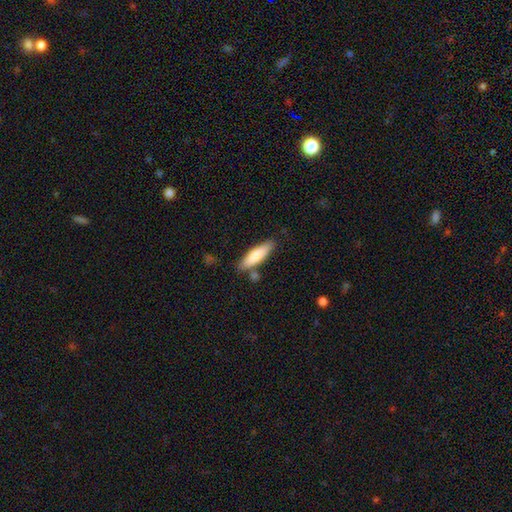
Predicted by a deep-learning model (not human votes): Smooth or featured?
  - smooth: 77% *
  - featured or disk: 17%
  - star or artifact: 5%
How rounded?
  - cigar-shaped: 61% *
  - in between: 37%
  - round: 2%
Merging?
  - none: 79% *
  - minor disturbance: 12%
  - merger: 6%
  - major disturbance: 2%